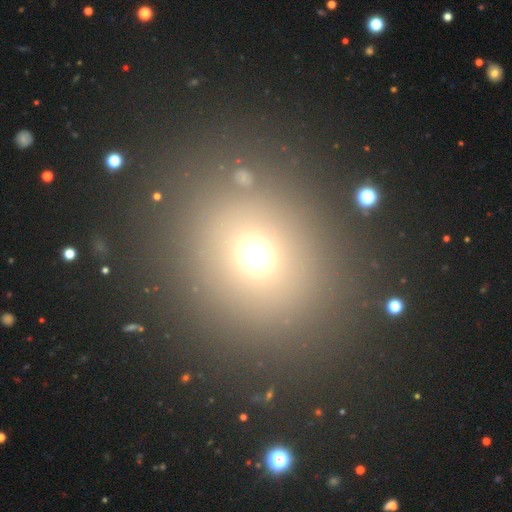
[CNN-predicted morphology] A smooth galaxy with no disk features (65%) that is round (76%). Merging: none (83%).